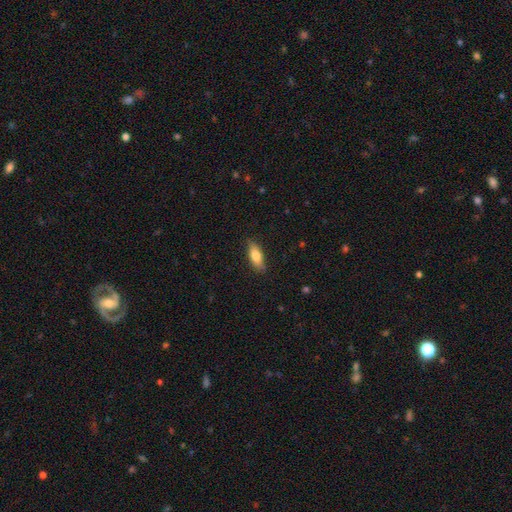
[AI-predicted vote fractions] This appears to be a smooth galaxy with no disk features (77%) that is in between round and cigar-shaped (69%). Merging: none (84%).